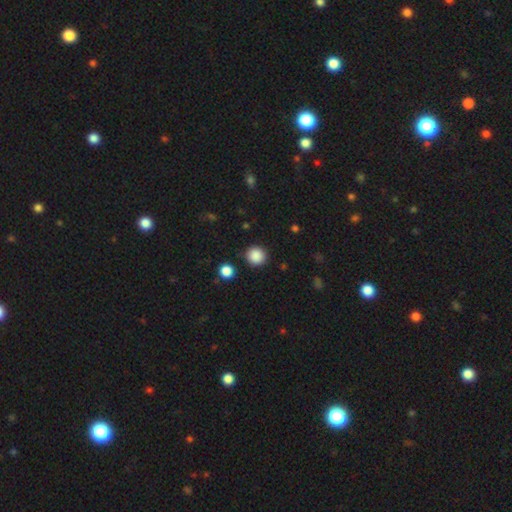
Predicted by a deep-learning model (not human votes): A smooth galaxy with no disk features (87%) that is round (93%). Merging: none (89%).